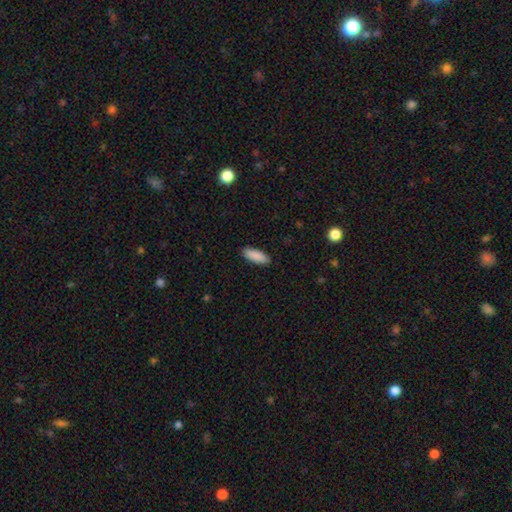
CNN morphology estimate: smooth-or-featured: smooth: 90% | star or artifact: 6% | featured or disk: 4%
  how-rounded: in between: 72% | cigar-shaped: 27% | round: 2%
  merging: none: 90% | minor disturbance: 7% | major disturbance: 2% | merger: 1%